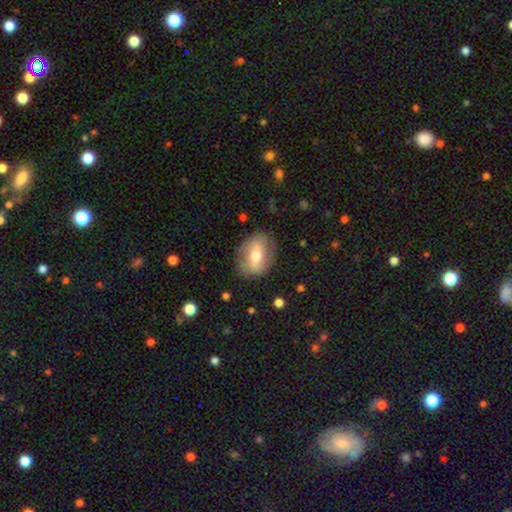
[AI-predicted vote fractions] Smooth or featured? Predicted: smooth (p=0.50). Merging? Predicted: none (p=0.79).